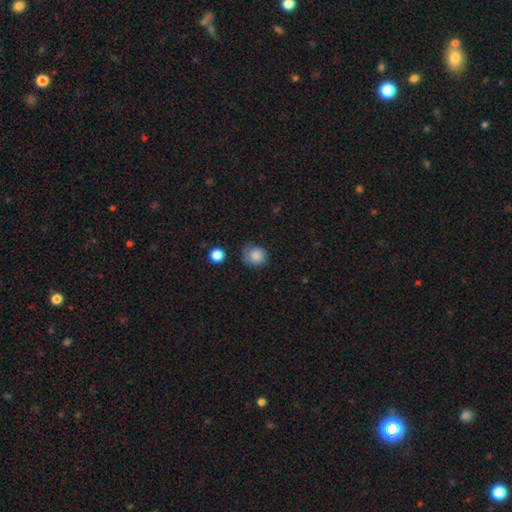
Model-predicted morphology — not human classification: This appears to be a smooth galaxy with no disk features (86%) that is round (86%). Merging: none (69%).